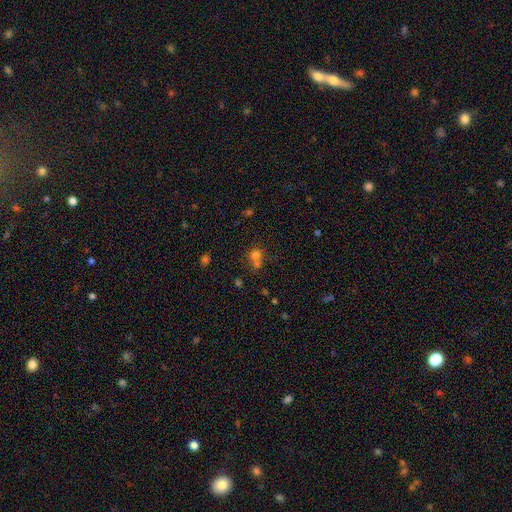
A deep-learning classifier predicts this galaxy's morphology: Smooth or featured?
  - smooth: 70% *
  - star or artifact: 19%
  - featured or disk: 12%
How rounded?
  - round: 84% *
  - in between: 15%
  - cigar-shaped: 1%
Merging?
  - merger: 48% *
  - none: 42%
  - minor disturbance: 7%
  - major disturbance: 4%